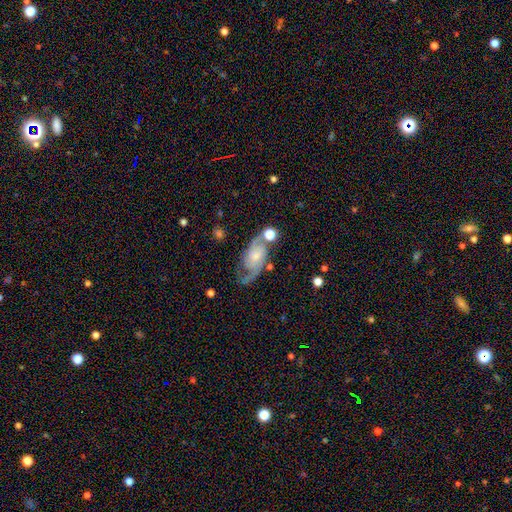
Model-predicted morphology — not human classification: Smooth or featured? featured or disk (82%)
Edge-on disk? no (96%)
Bar? no (55%)
Spiral arms? yes (96%)
Spiral winding? medium (51%)
Spiral arm count? 2 (91%)
Bulge size? small (50%)
Merging? none (65%)